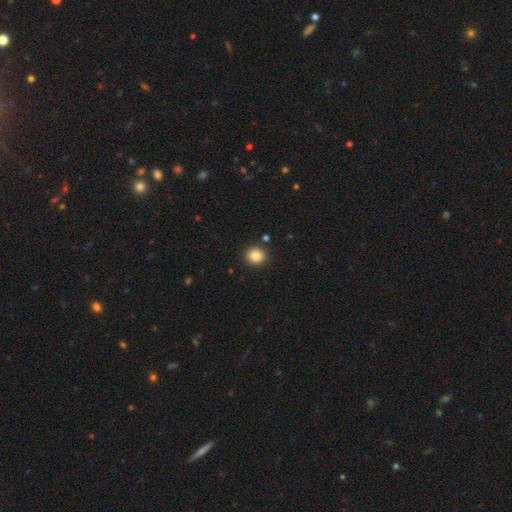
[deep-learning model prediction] This appears to be a smooth galaxy with no disk features (85%) that is round (90%). Merging: none (91%).